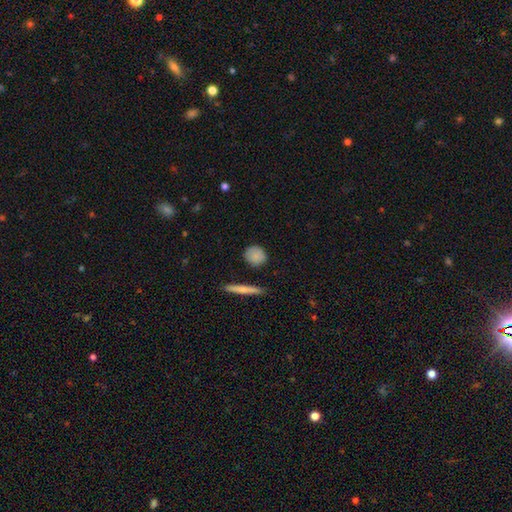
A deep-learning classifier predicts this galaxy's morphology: Smooth or featured? Predicted: smooth (p=0.83). How rounded? Predicted: round (p=0.78). Merging? Predicted: none (p=0.83).